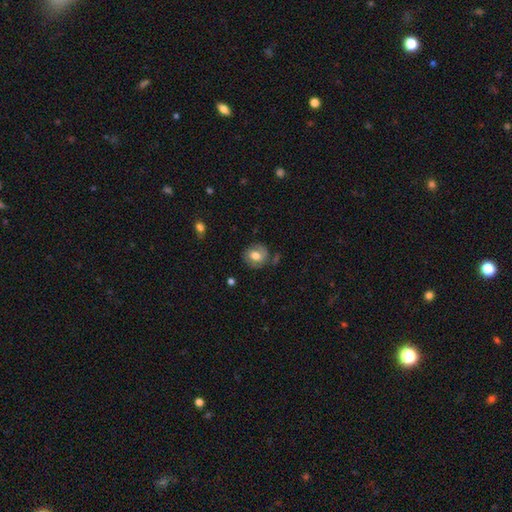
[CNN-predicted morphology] Smooth or featured: smooth — 59% (featured or disk — 33%)
How rounded: round — 71% (in between — 28%)
Merging: none — 71% (minor disturbance — 19%)